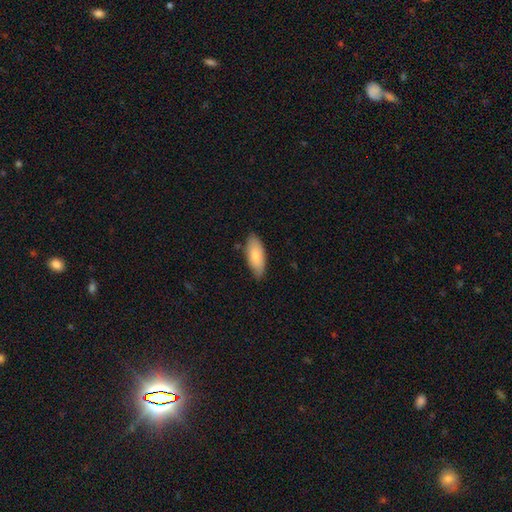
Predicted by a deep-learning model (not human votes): Smooth or featured: smooth — 80% (featured or disk — 14%)
How rounded: in between — 84% (cigar-shaped — 14%)
Merging: none — 76% (minor disturbance — 20%)